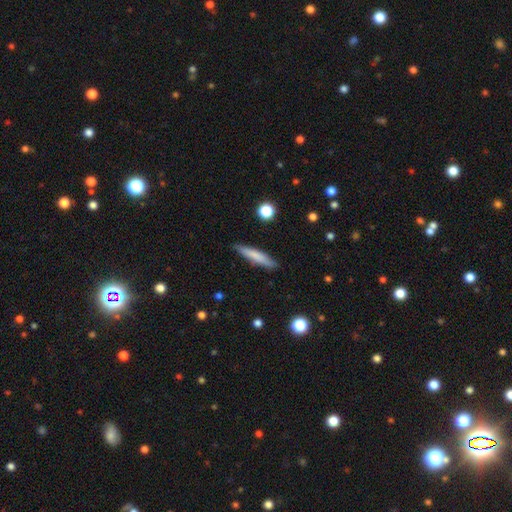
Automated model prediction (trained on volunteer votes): smooth 73%, featured or disk 21%, star or artifact 6%. Down the decision tree: how rounded — cigar-shaped (89%); merging — none (87%).